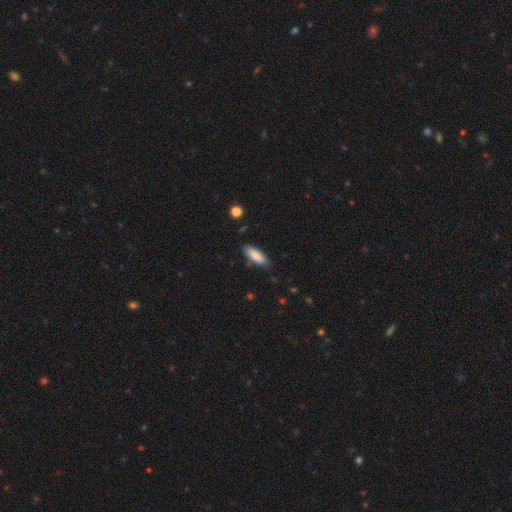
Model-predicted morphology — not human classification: smooth_or_featured: smooth (p=0.83) [alt: featured or disk p=0.11]
how_rounded: in between (p=0.60) [alt: cigar-shaped p=0.39]
merging: none (p=0.85) [alt: minor disturbance p=0.11]